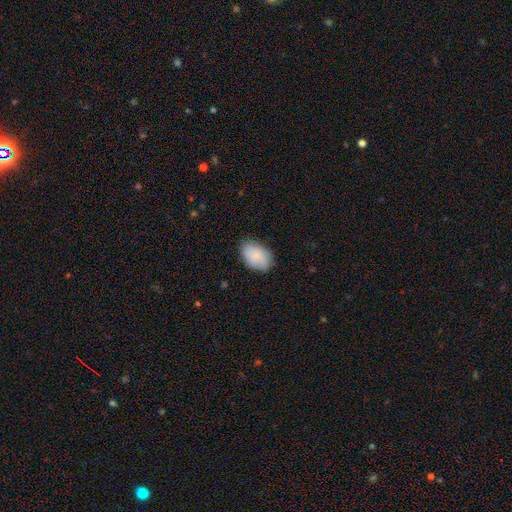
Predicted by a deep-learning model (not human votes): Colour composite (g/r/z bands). It shows a smooth galaxy with no disk features (85%) that is in between round and cigar-shaped (89%). Merging: none (76%).